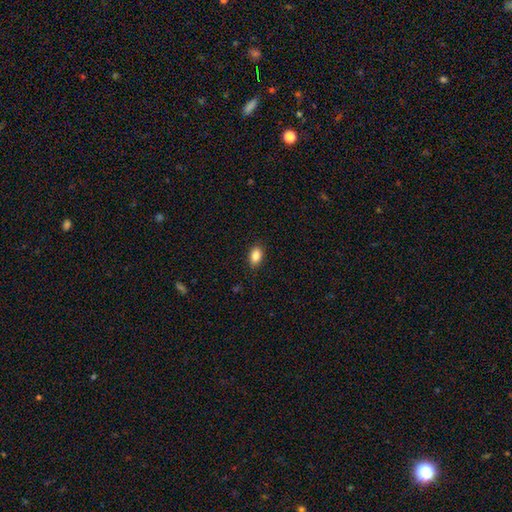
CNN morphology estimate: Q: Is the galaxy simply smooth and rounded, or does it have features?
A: smooth — 88%.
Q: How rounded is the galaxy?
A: in between — 89%.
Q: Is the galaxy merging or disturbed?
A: none — 88%.